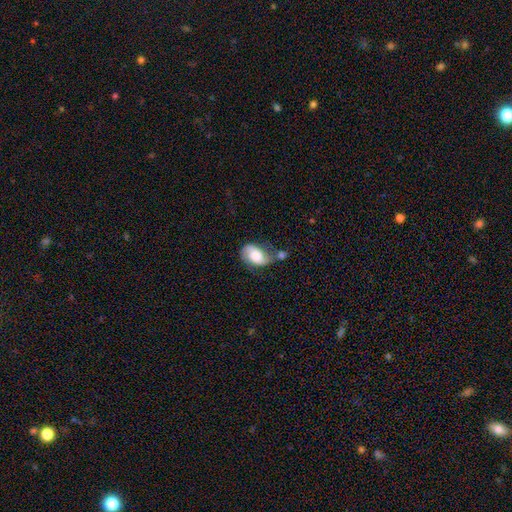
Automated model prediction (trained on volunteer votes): A featured or disk galaxy (56%) with no bar (63%), spiral arms (87%) and a large central bulge (42%).

Vote fractions:
- Smooth or featured? featured or disk: 56% / smooth: 36% / star or artifact: 8%
- Edge-on disk? no: 97% / yes: 3%
- Bar? no: 63% / weak: 30% / strong: 7%
- Spiral arms? yes: 87% / no: 13%
- Bulge size? large: 42% / moderate: 29% / small: 11% / dominant: 9% / none: 9%
- Merging? none: 33% / merger: 28% / minor disturbance: 24% / major disturbance: 15%